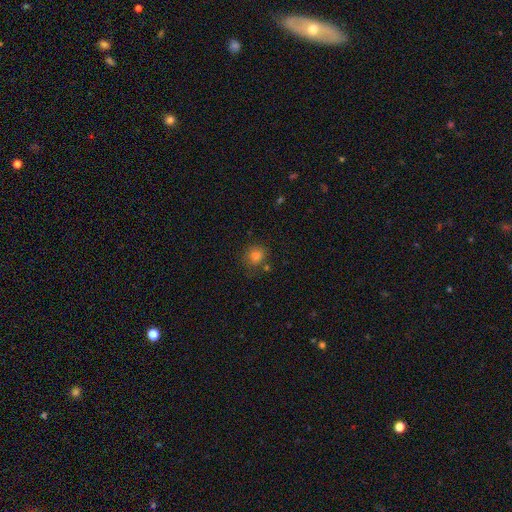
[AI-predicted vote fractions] This appears to be a smooth galaxy with no disk features (78%) that is round (80%). Merging: none (77%).